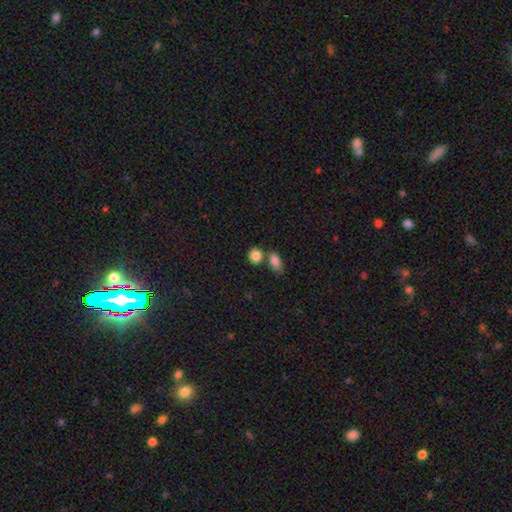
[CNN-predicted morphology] Q: Smooth or featured?
A: smooth (86%); runner-up: star or artifact (9%)
Q: How rounded?
A: round (69%); runner-up: in between (29%)
Q: Merging?
A: none (58%); runner-up: merger (29%)